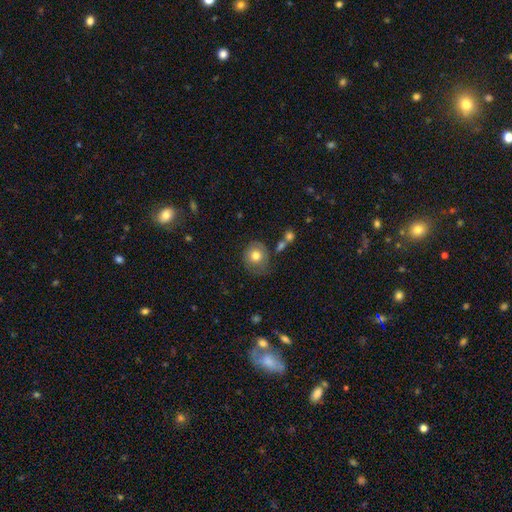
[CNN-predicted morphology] smooth_or_featured: smooth (p=0.73) [alt: featured or disk p=0.18]
how_rounded: round (p=0.77) [alt: in between p=0.22]
merging: none (p=0.63) [alt: minor disturbance p=0.22]